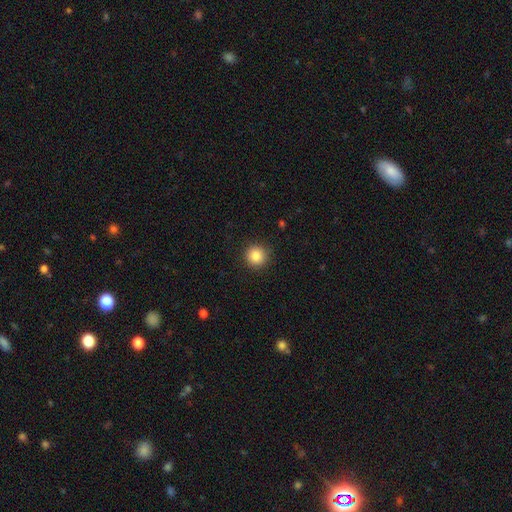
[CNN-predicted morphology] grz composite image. It shows a smooth galaxy with no disk features (85%) that is round (94%). Merging: none (90%).